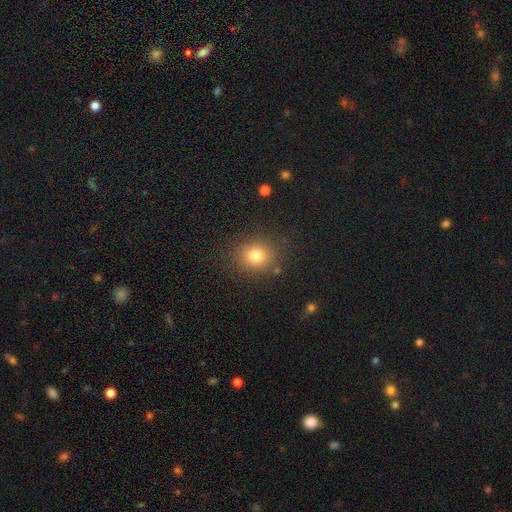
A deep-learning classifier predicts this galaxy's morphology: A smooth galaxy with no disk features (79%) that is round (77%). Merging: none (85%).